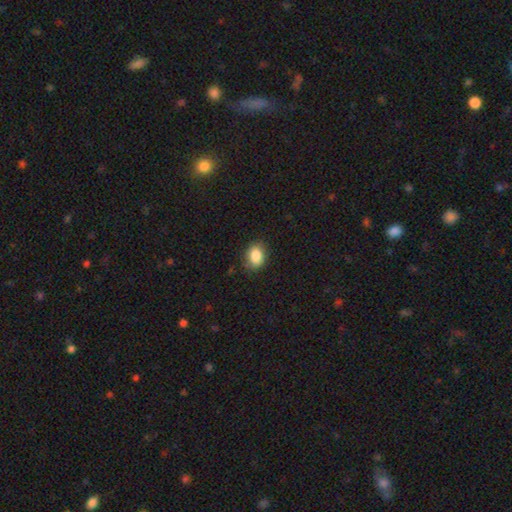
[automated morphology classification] smooth 86%, star or artifact 9%, featured or disk 5%. Down the decision tree: how rounded — in between (66%); merging — none (82%).